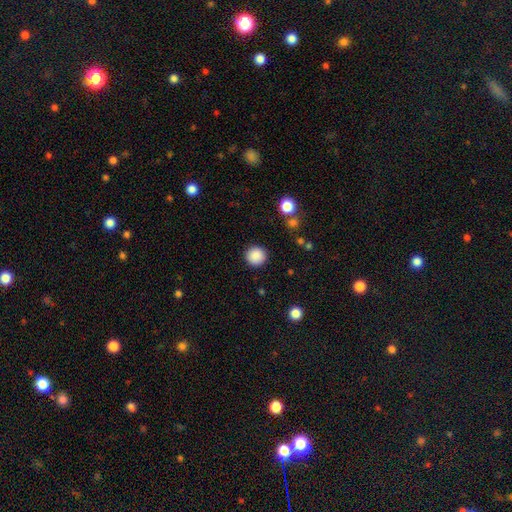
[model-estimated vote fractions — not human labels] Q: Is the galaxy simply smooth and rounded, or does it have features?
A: smooth — 88%.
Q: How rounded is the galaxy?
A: round — 95%.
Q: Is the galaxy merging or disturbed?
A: none — 91%.